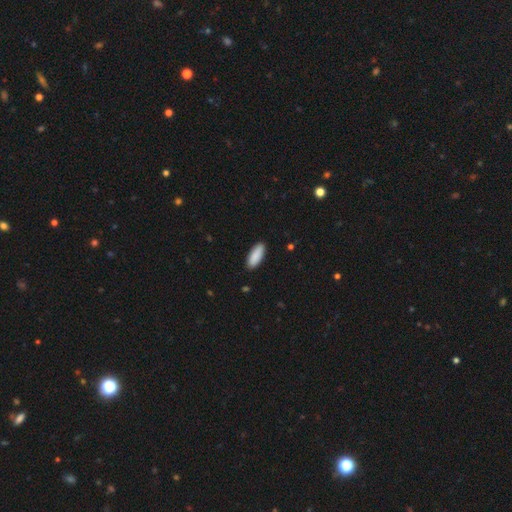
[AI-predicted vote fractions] Smooth or featured?
  - smooth: 90% *
  - star or artifact: 6%
  - featured or disk: 4%
How rounded?
  - in between: 74% *
  - cigar-shaped: 24%
  - round: 2%
Merging?
  - none: 89% *
  - minor disturbance: 8%
  - major disturbance: 2%
  - merger: 1%